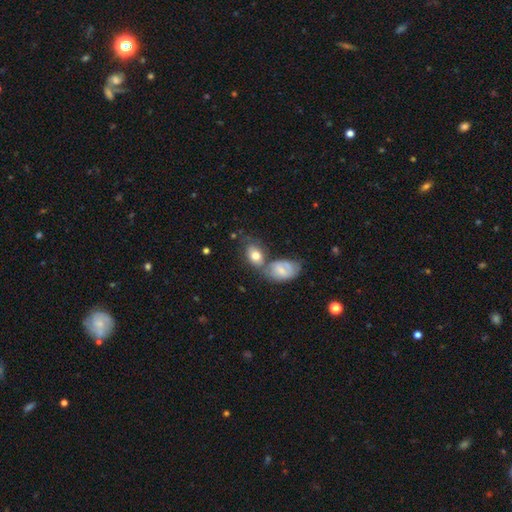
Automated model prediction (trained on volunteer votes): smooth-or-featured: smooth: 70% | featured or disk: 23% | star or artifact: 7%
  how-rounded: in between: 82% | round: 16% | cigar-shaped: 2%
  merging: none: 39% (tied) | merger: 39% (tied) | minor disturbance: 16% | major disturbance: 6%